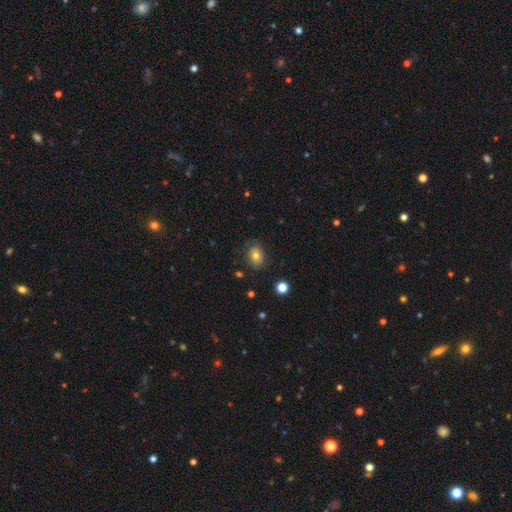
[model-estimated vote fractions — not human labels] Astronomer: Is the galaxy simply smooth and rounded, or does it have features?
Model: smooth — 64%.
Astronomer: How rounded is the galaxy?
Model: in between — 61% (runner-up: round, 38%).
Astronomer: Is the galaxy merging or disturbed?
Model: none — 72%.